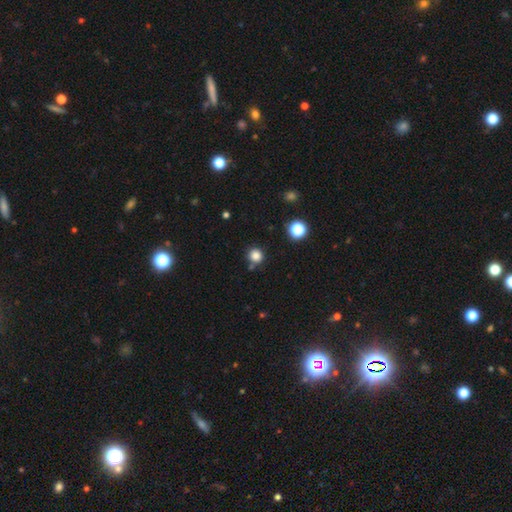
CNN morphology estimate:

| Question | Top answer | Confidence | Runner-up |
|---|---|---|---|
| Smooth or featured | smooth | 82% | star or artifact (13%) |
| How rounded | round | 92% | in between (7%) |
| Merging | none | 81% | minor disturbance (9%) |